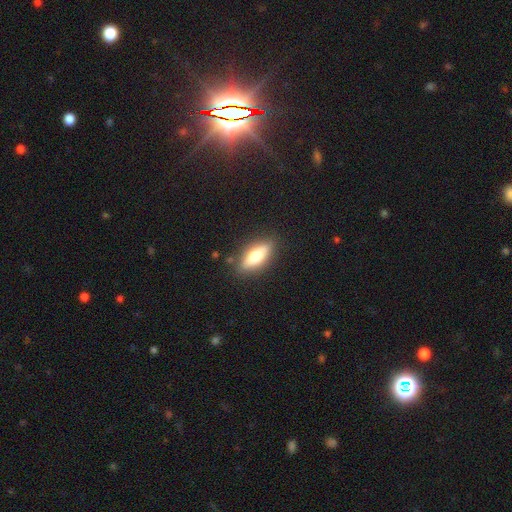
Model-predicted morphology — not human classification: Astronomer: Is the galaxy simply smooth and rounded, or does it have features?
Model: smooth — 61%.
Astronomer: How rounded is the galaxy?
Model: in between — 59% (runner-up: cigar-shaped, 38%).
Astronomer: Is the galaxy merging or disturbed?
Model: none — 86%.